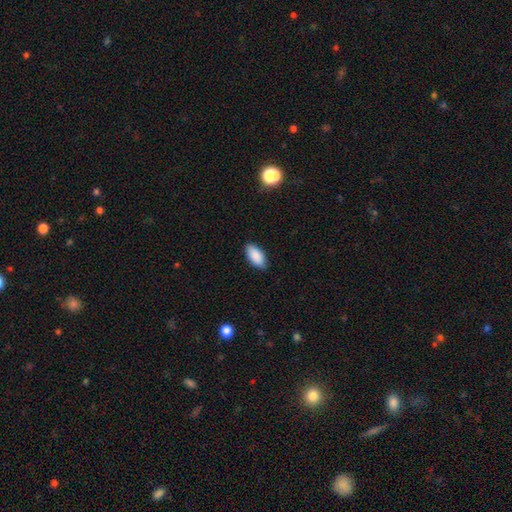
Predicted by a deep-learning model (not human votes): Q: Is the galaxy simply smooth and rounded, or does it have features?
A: smooth — 89%.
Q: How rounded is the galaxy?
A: in between — 93%.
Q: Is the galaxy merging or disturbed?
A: none — 87%.